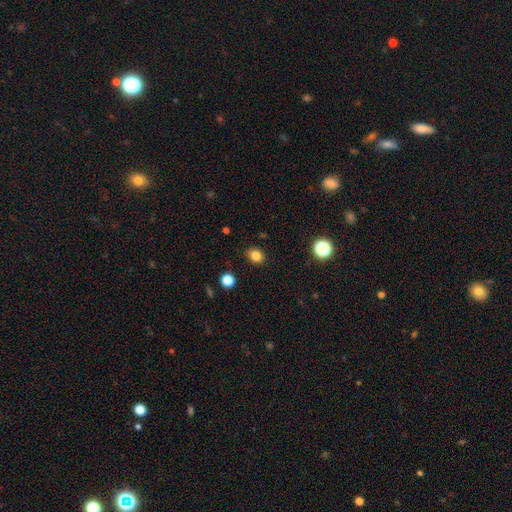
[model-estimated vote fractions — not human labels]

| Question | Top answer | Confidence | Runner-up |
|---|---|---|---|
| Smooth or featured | smooth | 83% | star or artifact (12%) |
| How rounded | round | 62% | in between (37%) |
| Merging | none | 89% | minor disturbance (8%) |